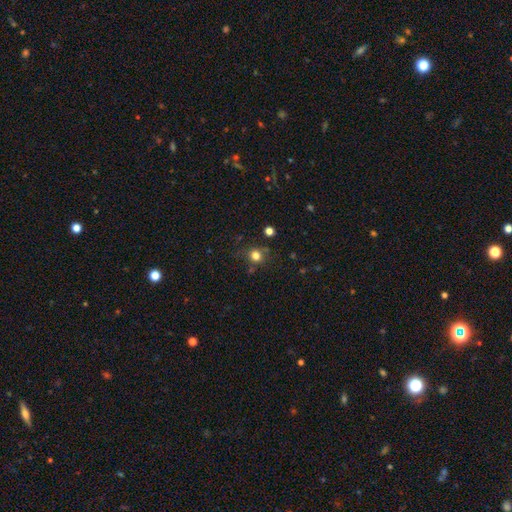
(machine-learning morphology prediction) The model was most divided on "smooth or featured": smooth: 77%, star or artifact: 16%, featured or disk: 7%. More confident: how rounded — round (86%); merging — none (76%).